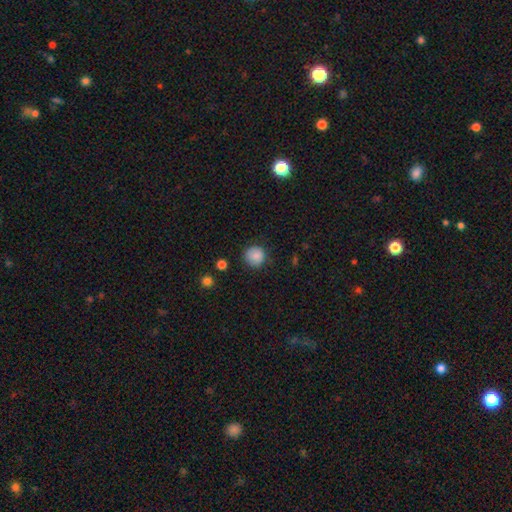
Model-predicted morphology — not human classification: type=smooth (86%); roundness=round (93%); merging=none (83%).